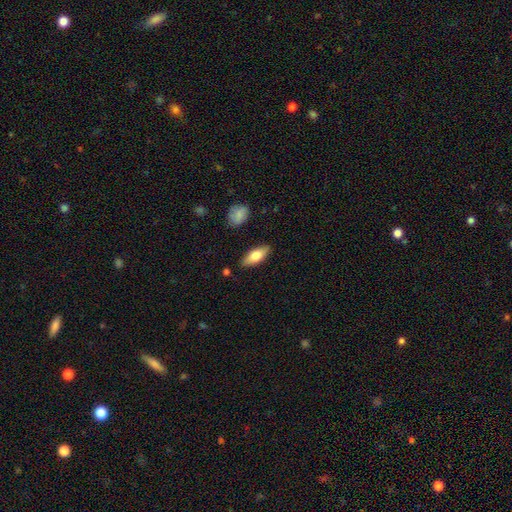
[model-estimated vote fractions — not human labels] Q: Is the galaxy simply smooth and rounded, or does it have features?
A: smooth — 72%.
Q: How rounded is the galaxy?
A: in between — 76%.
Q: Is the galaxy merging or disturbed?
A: none — 85%.